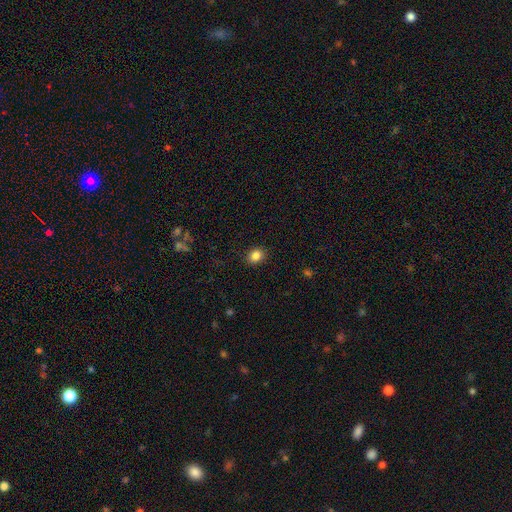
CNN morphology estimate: A smooth galaxy with no disk features (85%) that is round (54%).

Vote fractions:
- Smooth or featured? smooth: 85% / star or artifact: 10% / featured or disk: 5%
- How rounded? round: 54% / in between: 45% / cigar-shaped: 1%
- Merging? none: 89% / minor disturbance: 7% / major disturbance: 2% / merger: 1%